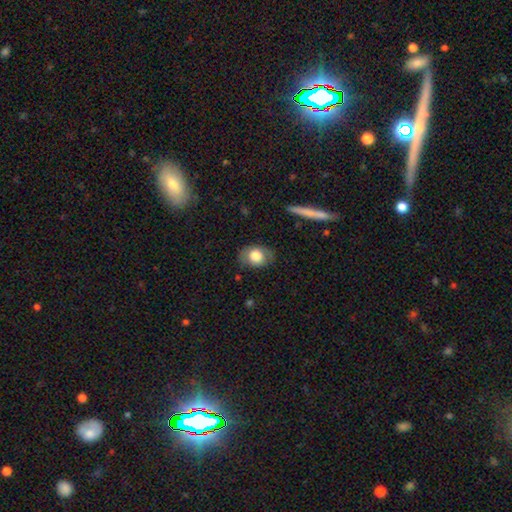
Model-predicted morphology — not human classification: Smooth or featured? Predicted: smooth (p=0.72). How rounded? Predicted: in between (p=0.62). Merging? Predicted: none (p=0.76).